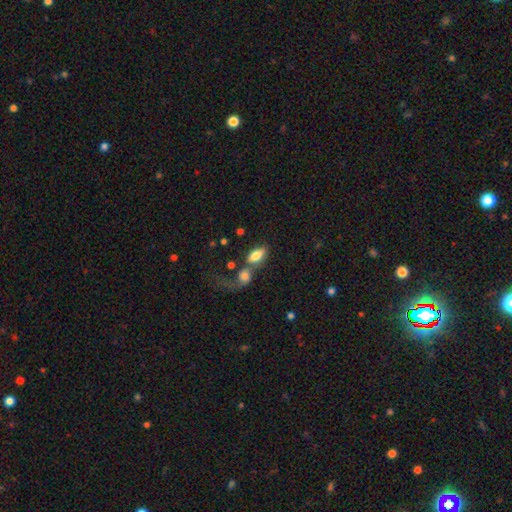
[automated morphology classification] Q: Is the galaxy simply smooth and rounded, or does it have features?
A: smooth — 74%.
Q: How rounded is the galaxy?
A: in between — 88%.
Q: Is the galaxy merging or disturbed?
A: merger — 53%.